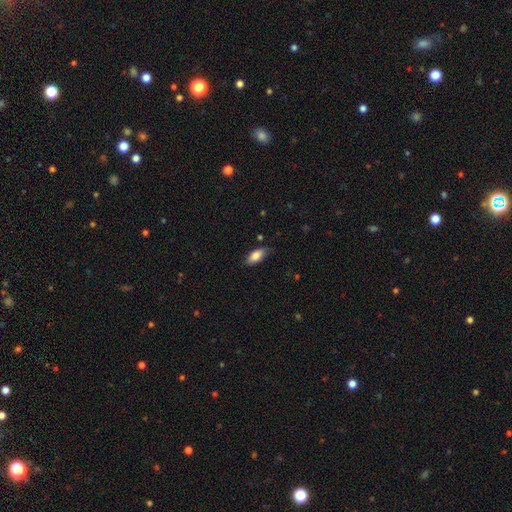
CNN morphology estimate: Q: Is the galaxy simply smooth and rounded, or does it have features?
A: smooth — 81%.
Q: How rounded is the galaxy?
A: in between — 87%.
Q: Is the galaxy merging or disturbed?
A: none — 77%.